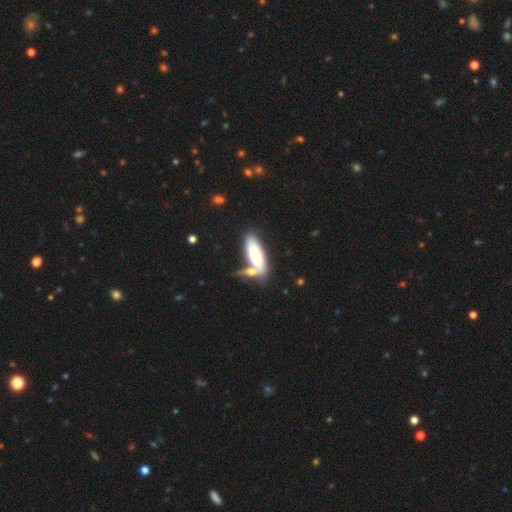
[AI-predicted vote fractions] Smooth or featured: smooth — 69% (featured or disk — 25%)
How rounded: in between — 64% (cigar-shaped — 34%)
Merging: none — 43% (merger — 37%)